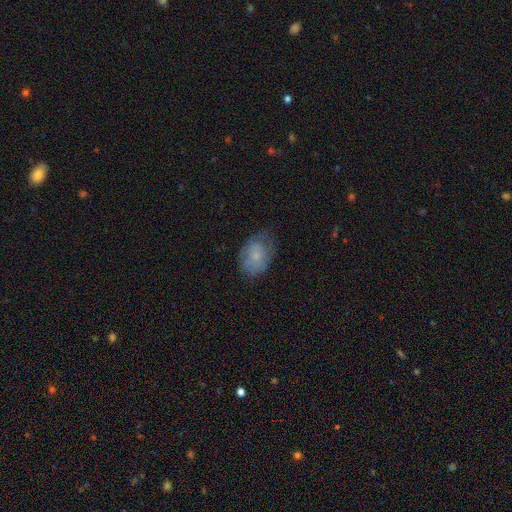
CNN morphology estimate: Overall: smooth (67%). How rounded: in between (78%). Merging: none (55%; minor disturbance 30%).